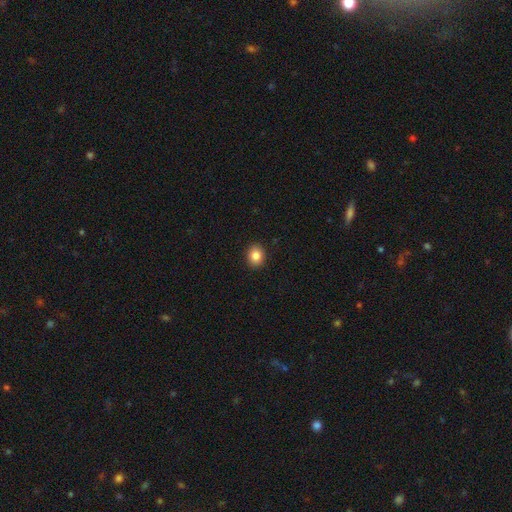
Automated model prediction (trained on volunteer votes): Q: Smooth or featured?
A: smooth (85%); runner-up: star or artifact (9%)
Q: How rounded?
A: round (58%); runner-up: in between (41%)
Q: Merging?
A: none (91%); runner-up: minor disturbance (6%)